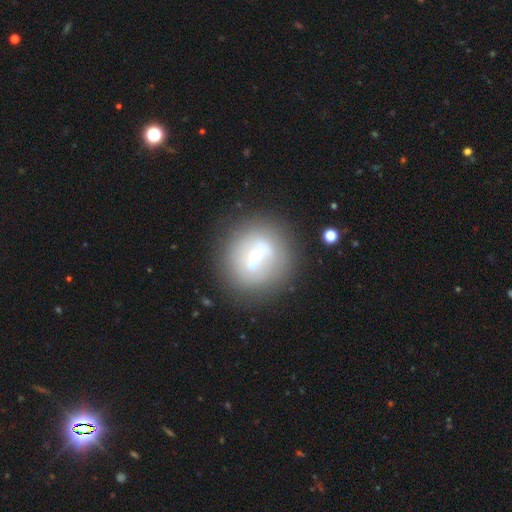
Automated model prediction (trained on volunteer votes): Morphology: type=featured or disk (54%); edge-on=no (93%); bar=weak (38%); spiral arms=no (68%); bulge=small (60%); merging=none (76%).